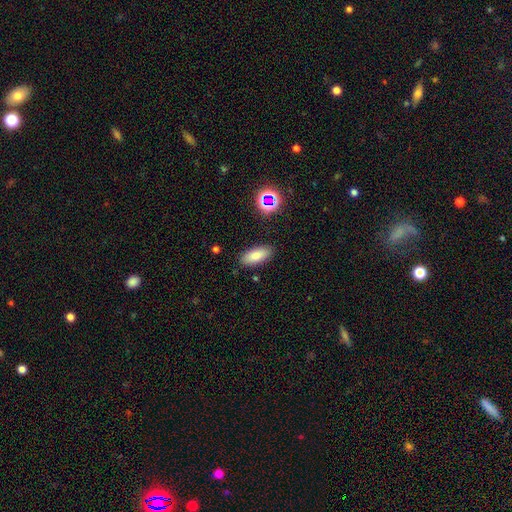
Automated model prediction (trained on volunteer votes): Q: Smooth or featured?
A: smooth (80%); runner-up: featured or disk (10%)
Q: How rounded?
A: in between (85%); runner-up: cigar-shaped (12%)
Q: Merging?
A: none (87%); runner-up: minor disturbance (9%)